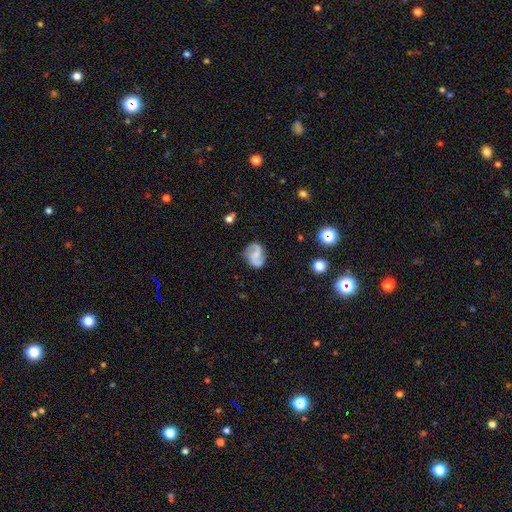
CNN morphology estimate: A featured or disk galaxy (69%) with no bar (46%), 2 (89%) loose (46%) spiral arms (92%) and a small central bulge (40%).

Vote fractions:
- Smooth or featured? featured or disk: 69% / smooth: 23% / star or artifact: 8%
- Edge-on disk? no: 98% / yes: 2%
- Bar? no: 46% / weak: 40% / strong: 13%
- Spiral arms? yes: 92% / no: 8%
- Spiral winding? loose: 46% / medium: 39% / tight: 15%
- Spiral arm count? 2: 89% / can't tell: 5% / 1: 2% / 3: 2% / 4: 1% / more than 4: 1%
- Bulge size? small: 40% / none: 38% / moderate: 19% / large: 2% / dominant: 1%
- Merging? none: 73% / minor disturbance: 18% / major disturbance: 6% / merger: 3%